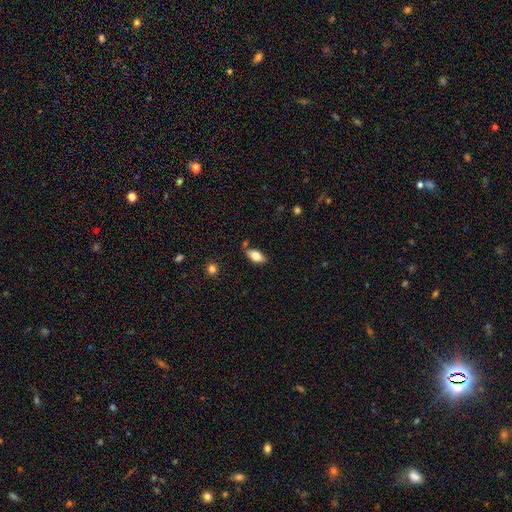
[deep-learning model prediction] A smooth galaxy with no disk features (77%) that is in between round and cigar-shaped (90%).

Vote fractions:
- Smooth or featured? smooth: 77% / featured or disk: 16% / star or artifact: 7%
- How rounded? in between: 90% / cigar-shaped: 6% / round: 4%
- Merging? none: 74% / minor disturbance: 17% / merger: 5% / major disturbance: 3%